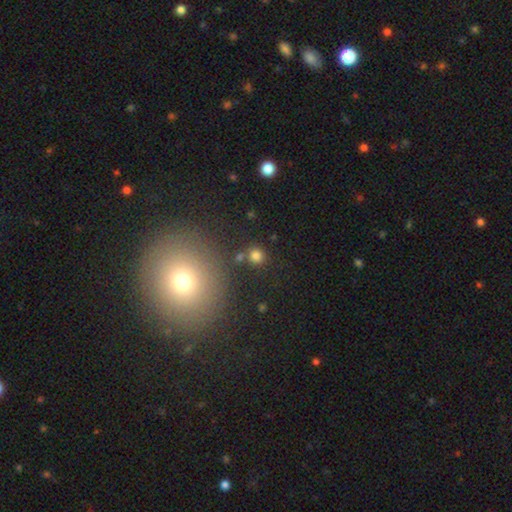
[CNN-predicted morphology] A smooth galaxy with no disk features (78%) that is round (89%). Merging: none (79%).